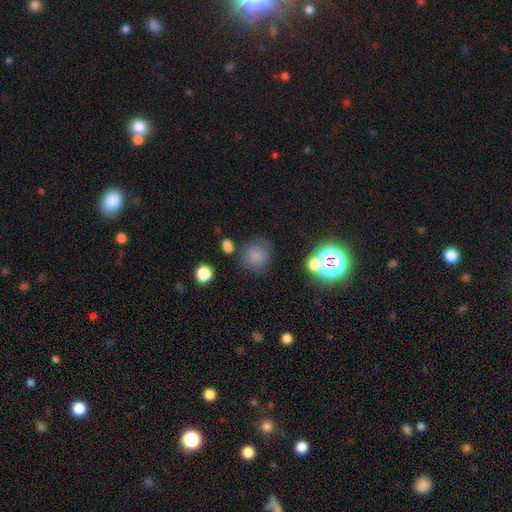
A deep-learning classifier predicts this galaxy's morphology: A smooth galaxy with no disk features (76%) that is round (86%).

Vote fractions:
- Smooth or featured? smooth: 76% / star or artifact: 15% / featured or disk: 9%
- How rounded? round: 86% / in between: 13% / cigar-shaped: 1%
- Merging? none: 71% / minor disturbance: 16% / major disturbance: 7% / merger: 6%